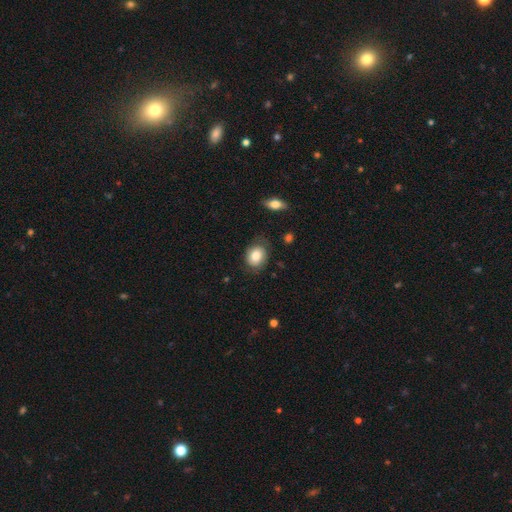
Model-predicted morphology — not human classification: A smooth galaxy with no disk features (82%) that is in between round and cigar-shaped (50%). Merging: none (76%).